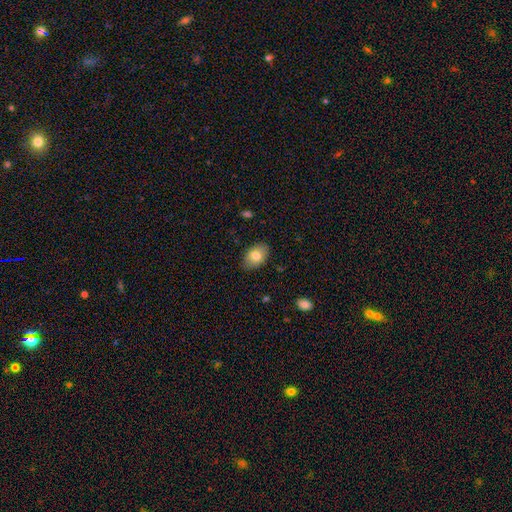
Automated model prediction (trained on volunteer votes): The model was most divided on "smooth or featured": smooth: 80%, featured or disk: 13%, star or artifact: 7%. More confident: how rounded — in between (87%); merging — none (83%).